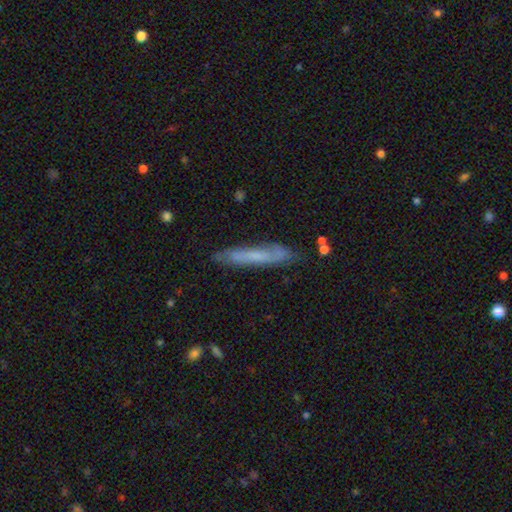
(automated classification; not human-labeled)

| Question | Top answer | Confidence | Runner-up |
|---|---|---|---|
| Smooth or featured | smooth | 46% | tied: featured or disk (46%) |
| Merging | none | 79% | minor disturbance (16%) |